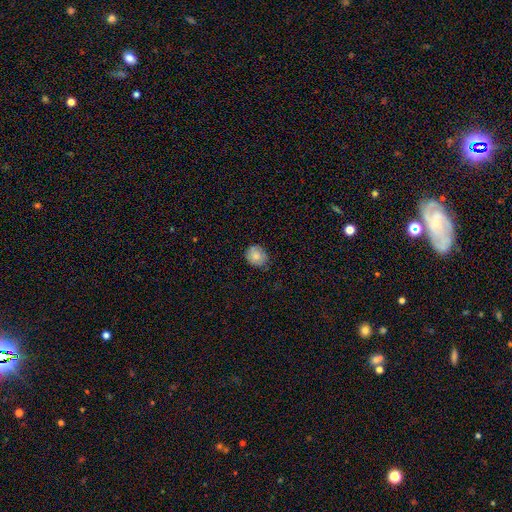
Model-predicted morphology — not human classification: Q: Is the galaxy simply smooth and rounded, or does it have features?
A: smooth — 80%.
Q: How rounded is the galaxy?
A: round — 74%.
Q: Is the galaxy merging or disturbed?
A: none — 76%.